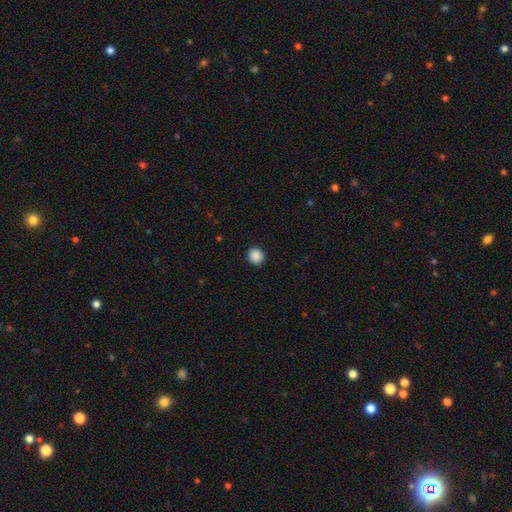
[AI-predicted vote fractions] smooth_or_featured: smooth (p=0.89) [alt: star or artifact p=0.08]
how_rounded: round (p=0.88) [alt: in between p=0.11]
merging: none (p=0.92) [alt: minor disturbance p=0.05]